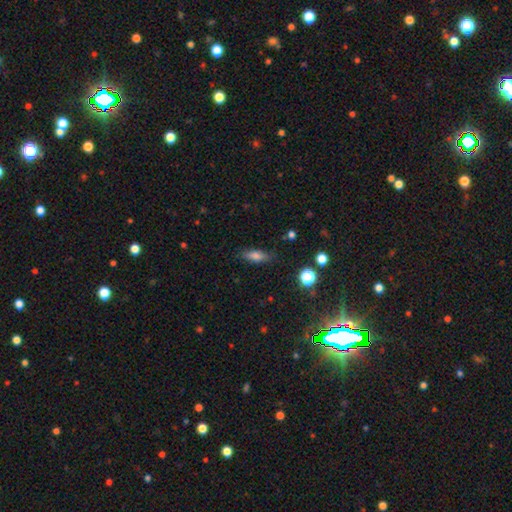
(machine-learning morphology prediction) smooth_or_featured: smooth (p=0.70) [alt: featured or disk p=0.18]
how_rounded: in between (p=0.59) [alt: cigar-shaped p=0.37]
merging: none (p=0.80) [alt: minor disturbance p=0.15]